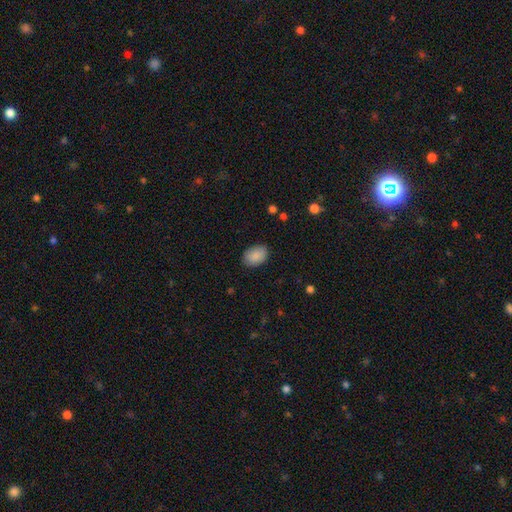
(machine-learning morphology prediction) type=smooth (89%); roundness=in between (82%); merging=none (86%).